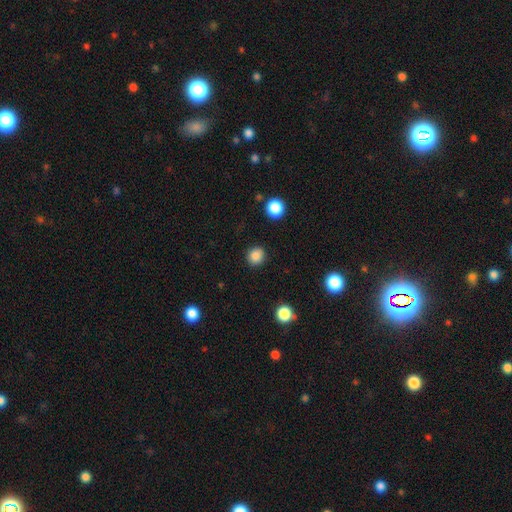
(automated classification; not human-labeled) Morphology: type=smooth (85%); roundness=round (89%); merging=none (89%).